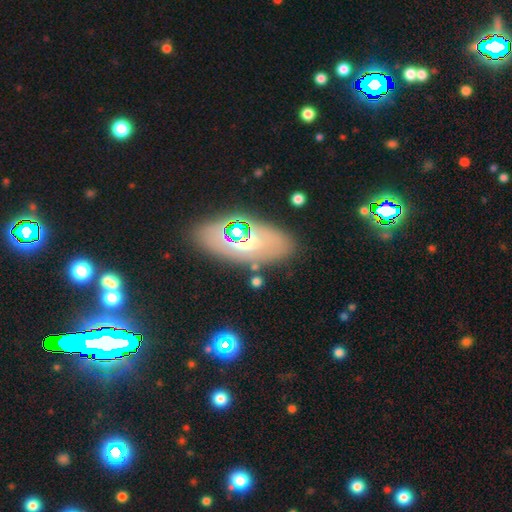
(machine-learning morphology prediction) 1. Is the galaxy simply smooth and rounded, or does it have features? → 42% smooth, 38% featured or disk, 20% star or artifact.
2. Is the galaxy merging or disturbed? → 79% none, 13% minor disturbance, 5% major disturbance, 3% merger.